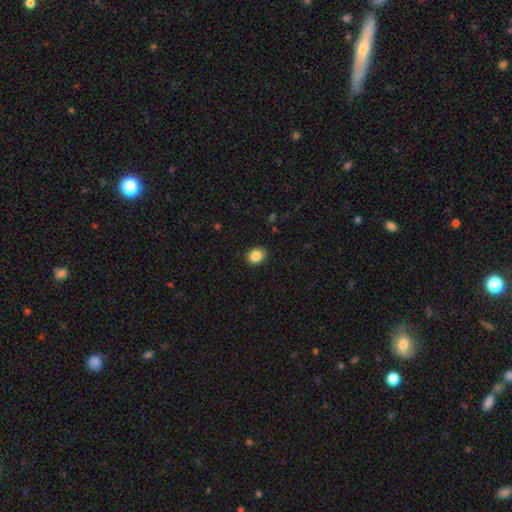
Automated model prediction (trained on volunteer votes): A smooth galaxy with no disk features (87%) that is round (68%). Merging: none (88%).